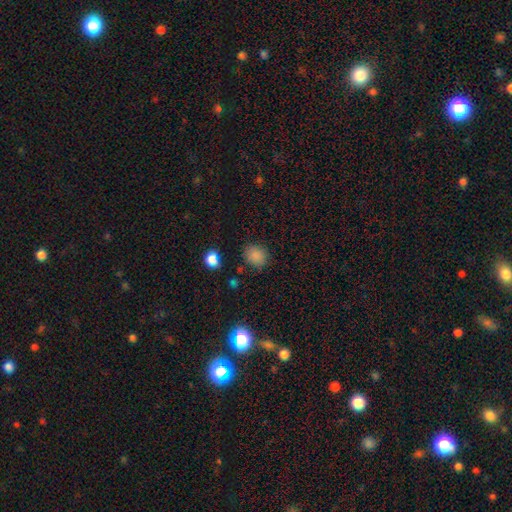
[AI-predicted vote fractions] A smooth galaxy with no disk features (82%) that is round (73%). Merging: none (82%).